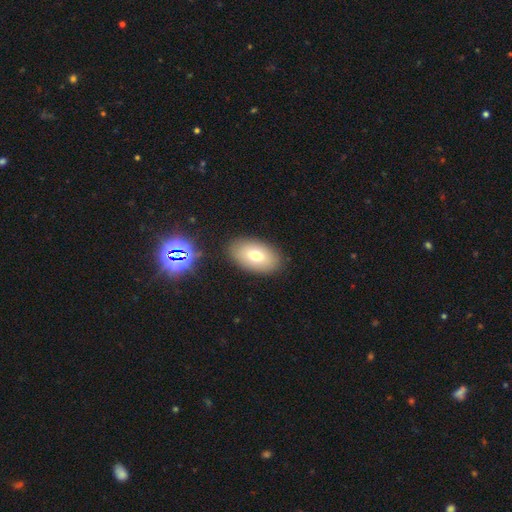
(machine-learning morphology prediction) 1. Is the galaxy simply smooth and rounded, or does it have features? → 72% smooth, 19% featured or disk, 9% star or artifact.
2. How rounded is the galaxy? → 92% in between, 6% round, 1% cigar-shaped.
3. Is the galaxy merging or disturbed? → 86% none, 9% minor disturbance, 3% major disturbance, 2% merger.